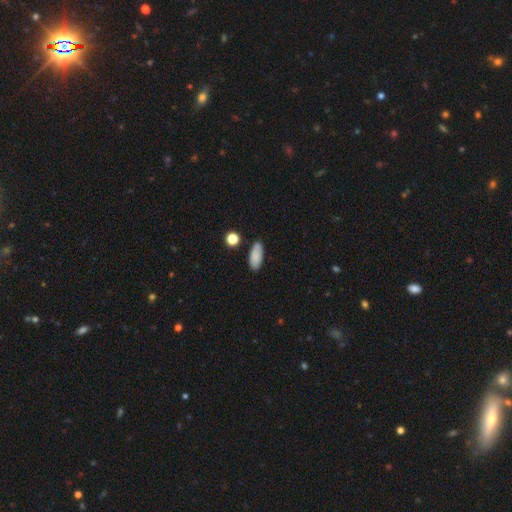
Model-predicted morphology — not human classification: Smooth or featured?
  - smooth: 84% *
  - featured or disk: 8%
  - star or artifact: 8%
How rounded?
  - in between: 85% *
  - cigar-shaped: 12%
  - round: 3%
Merging?
  - none: 78% *
  - minor disturbance: 15%
  - merger: 4%
  - major disturbance: 3%